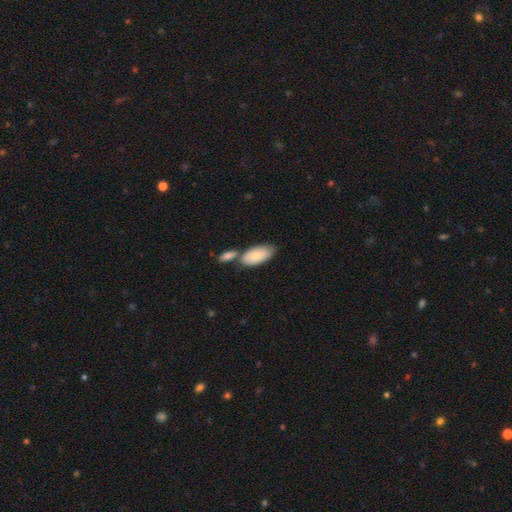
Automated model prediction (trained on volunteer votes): Smooth or featured? smooth (80%)
How rounded? in between (93%)
Merging? none (48%)